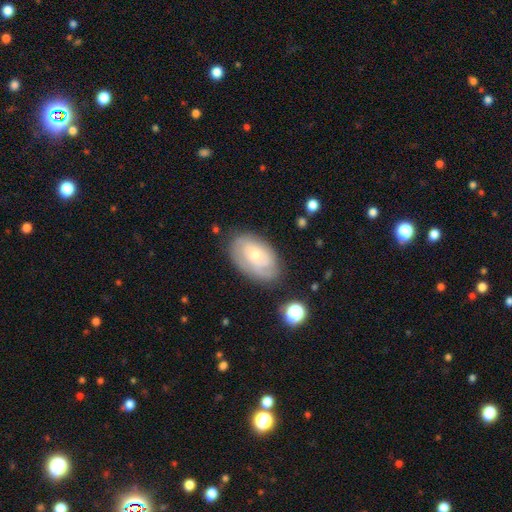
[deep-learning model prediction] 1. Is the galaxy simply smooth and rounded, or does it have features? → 63% featured or disk, 30% smooth, 7% star or artifact.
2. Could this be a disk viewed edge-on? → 95% no, 5% yes.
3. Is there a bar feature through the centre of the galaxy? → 78% no, 19% weak, 3% strong.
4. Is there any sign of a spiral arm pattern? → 81% yes, 19% no.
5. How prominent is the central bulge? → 53% small, 42% moderate, 2% large, 1% none, 1% dominant.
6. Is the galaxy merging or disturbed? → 72% none, 20% minor disturbance, 6% major disturbance, 2% merger.